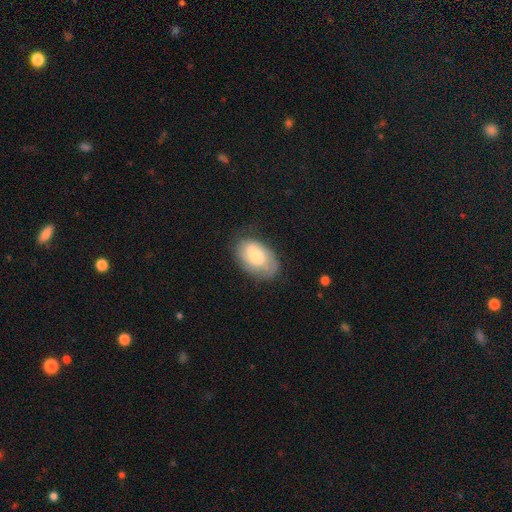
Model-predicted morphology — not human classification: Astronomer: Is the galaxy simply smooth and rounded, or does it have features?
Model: smooth — 53% (runner-up: featured or disk, 40%).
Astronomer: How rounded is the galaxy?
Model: in between — 88%.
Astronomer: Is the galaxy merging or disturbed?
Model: none — 67%.